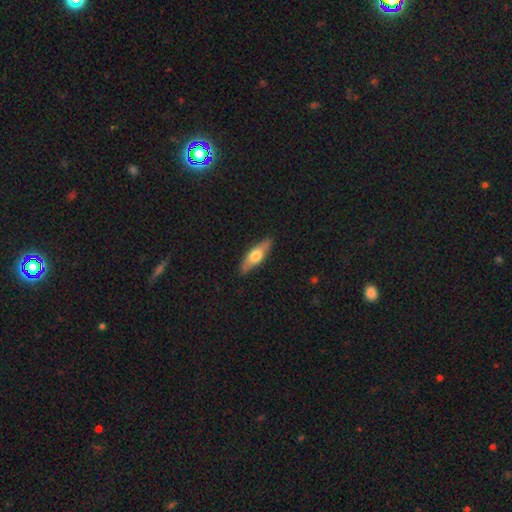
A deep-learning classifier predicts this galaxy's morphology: A smooth galaxy with no disk features (51%) that is cigar-shaped (53%). Merging: none (87%).